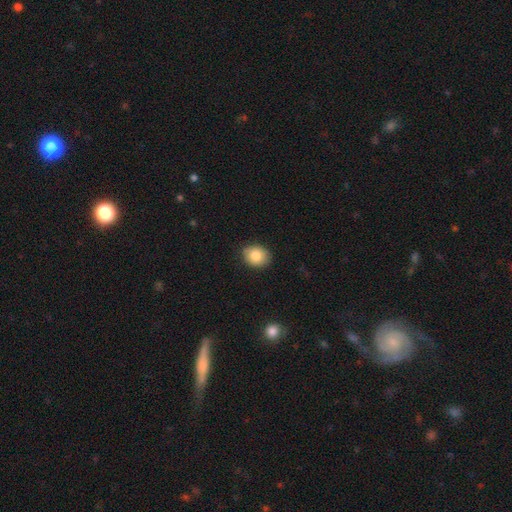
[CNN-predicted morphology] A smooth galaxy with no disk features (84%) that is round (54%).

Vote fractions:
- Smooth or featured? smooth: 84% / featured or disk: 8% / star or artifact: 8%
- How rounded? round: 54% / in between: 45% / cigar-shaped: 1%
- Merging? none: 85% / minor disturbance: 12% / major disturbance: 2% / merger: 1%